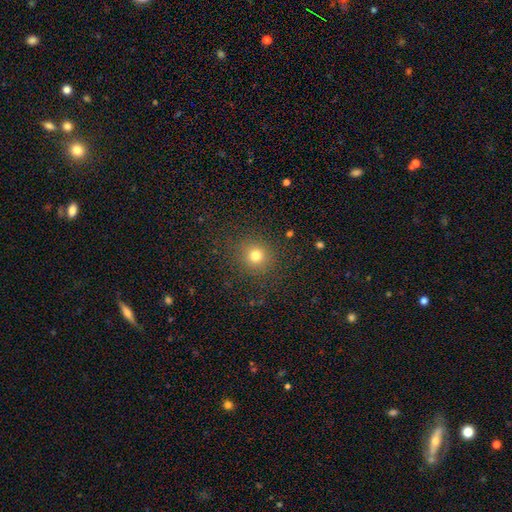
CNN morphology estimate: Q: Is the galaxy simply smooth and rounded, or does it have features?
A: smooth — 76%.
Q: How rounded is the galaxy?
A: round — 90%.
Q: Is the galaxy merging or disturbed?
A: none — 88%.